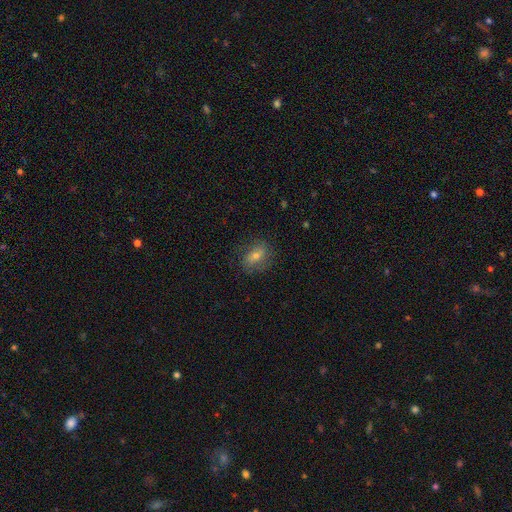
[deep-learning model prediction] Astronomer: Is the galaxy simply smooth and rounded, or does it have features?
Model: smooth — 58%.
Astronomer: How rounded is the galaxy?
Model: in between — 67%.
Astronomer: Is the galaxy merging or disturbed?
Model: none — 78%.